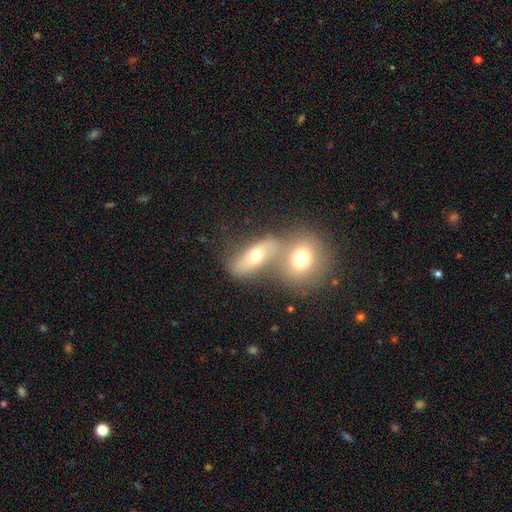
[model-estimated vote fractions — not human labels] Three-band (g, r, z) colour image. It shows a smooth galaxy with no disk features (59%) that is in between round and cigar-shaped (66%). Merging: merger (55%).